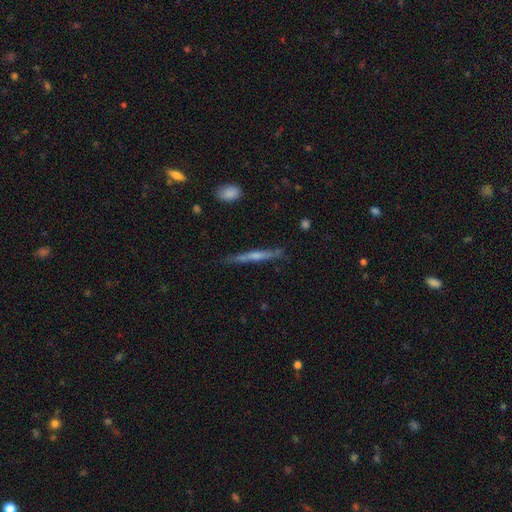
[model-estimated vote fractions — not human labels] A featured or disk galaxy (66%) viewed edge-on (96%) with a rounded central bulge (72%).

Vote fractions:
- Smooth or featured? featured or disk: 66% / smooth: 24% / star or artifact: 11%
- Edge-on disk? yes: 96% / no: 4%
- Edge-on bulge? rounded: 72% / none: 20% / boxy: 7%
- Merging? none: 86% / minor disturbance: 10% / major disturbance: 2% / merger: 2%